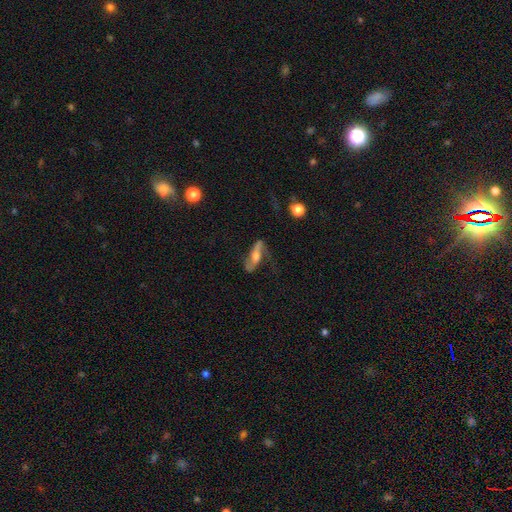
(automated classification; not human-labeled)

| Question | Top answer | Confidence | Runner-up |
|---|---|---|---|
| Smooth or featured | featured or disk | 69% | smooth (23%) |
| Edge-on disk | no | 75% | yes (25%) |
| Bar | no | 47% | weak (30%) |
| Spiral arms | yes | 88% | no (12%) |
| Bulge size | moderate | 54% | small (21%) |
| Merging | none | 55% | minor disturbance (22%) |